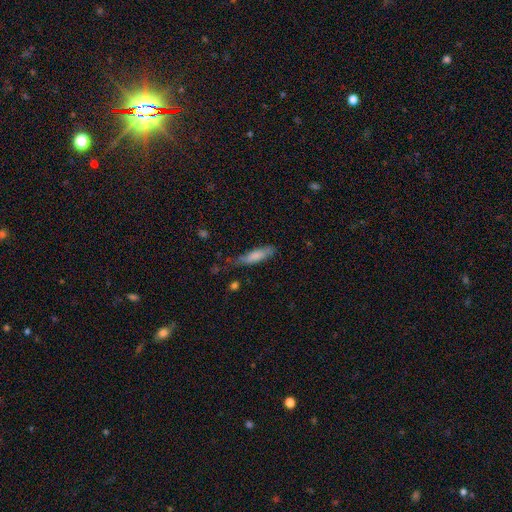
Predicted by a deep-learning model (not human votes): Smooth or featured: smooth — 77% (featured or disk — 17%)
How rounded: cigar-shaped — 65% (in between — 34%)
Merging: none — 55% (minor disturbance — 32%)